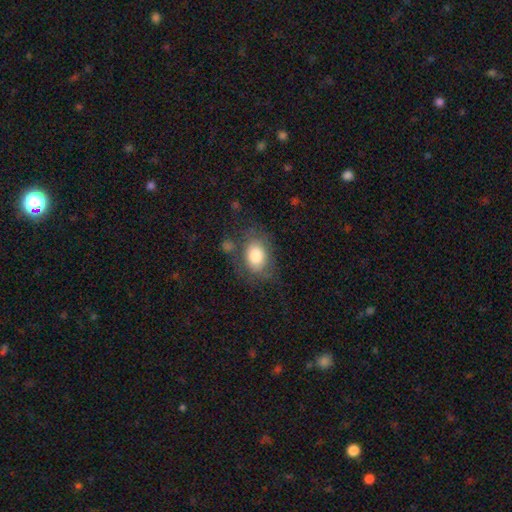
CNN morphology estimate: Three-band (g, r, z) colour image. It shows a smooth galaxy with no disk features (78%) that is in between round and cigar-shaped (76%). Merging: none (65%).